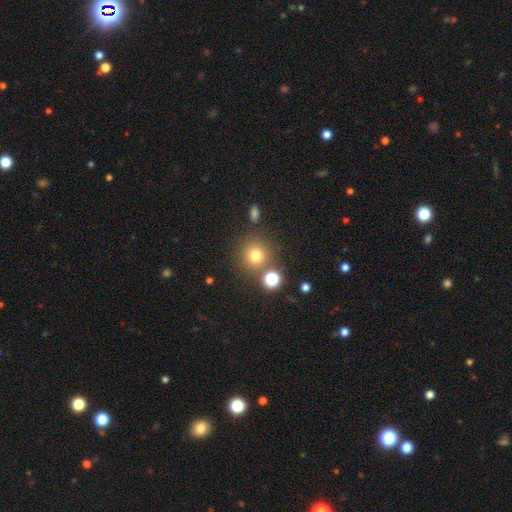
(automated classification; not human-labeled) This is likely a smooth galaxy (76%). How rounded: clearly round (92%). Merging: likely none (77%).